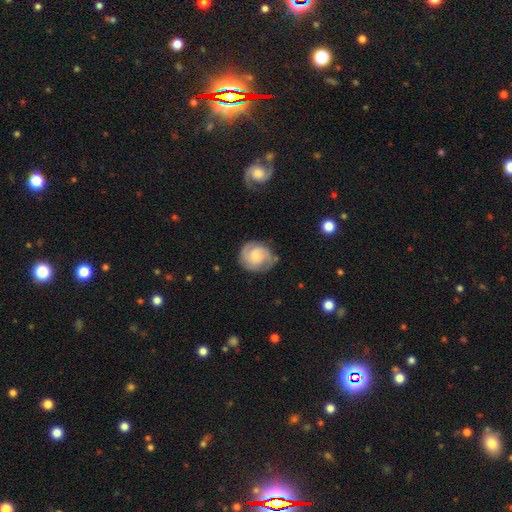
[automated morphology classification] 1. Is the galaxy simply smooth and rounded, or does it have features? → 69% featured or disk, 25% smooth, 6% star or artifact.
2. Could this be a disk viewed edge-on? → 98% no, 2% yes.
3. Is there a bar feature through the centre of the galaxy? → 60% no, 34% weak, 5% strong.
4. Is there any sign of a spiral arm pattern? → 93% yes, 7% no.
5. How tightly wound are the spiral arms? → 53% tight, 37% medium, 10% loose.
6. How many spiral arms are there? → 64% 2, 16% can't tell, 12% 3, 4% 1, 2% 4, 2% more than 4.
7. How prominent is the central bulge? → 58% small, 30% moderate, 7% none, 3% large, 1% dominant.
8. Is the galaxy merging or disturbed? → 74% none, 18% minor disturbance, 6% major disturbance, 2% merger.